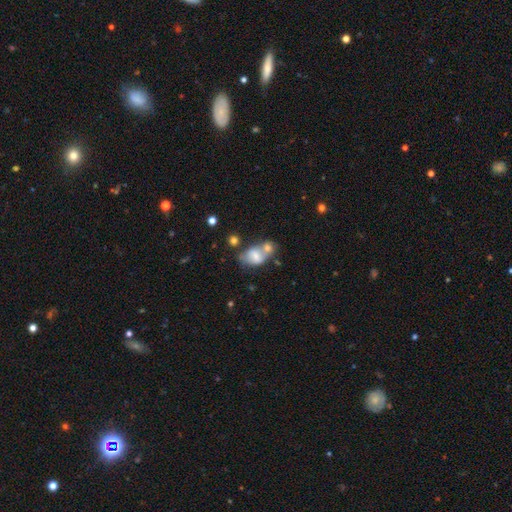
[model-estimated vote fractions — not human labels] Overall: smooth (61%; featured or disk 30%). How rounded: in between (80%). Merging: merger (56%; none 25%).